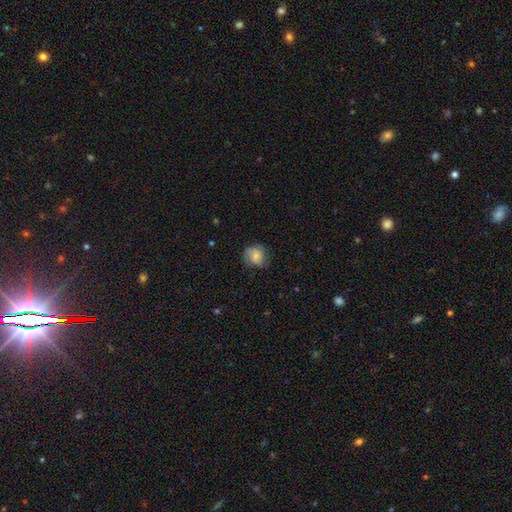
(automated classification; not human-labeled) Morphology: type=smooth (55%); roundness=round (75%); merging=none (66%).